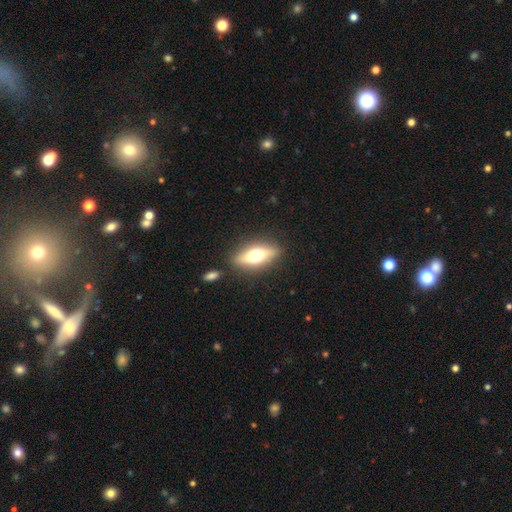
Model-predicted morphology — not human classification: A featured or disk galaxy (48%).

Vote fractions:
- Smooth or featured? featured or disk: 48% / smooth: 45% / star or artifact: 8%
- Merging? none: 84% / minor disturbance: 10% / merger: 3% / major disturbance: 3%